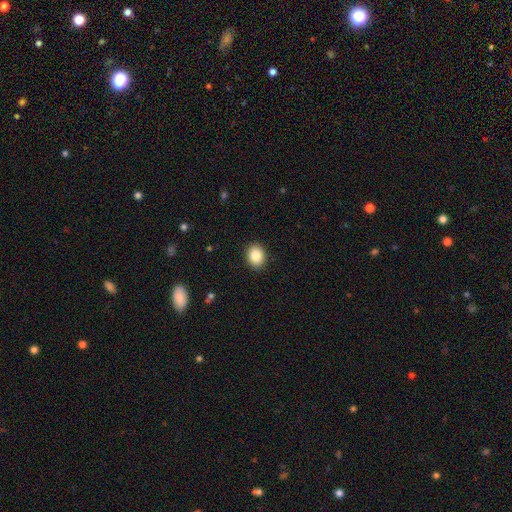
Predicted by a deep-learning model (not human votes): Overall: smooth (85%). How rounded: round (50%, tied with in between). Merging: none (91%).